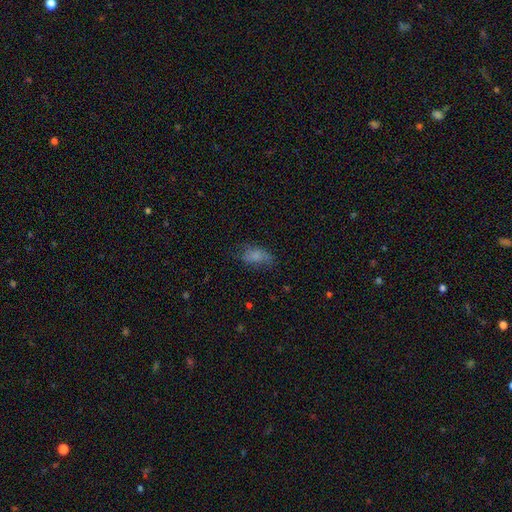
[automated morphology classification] Smooth or featured? Predicted: smooth (p=0.69). How rounded? Predicted: in between (p=0.88). Merging? Predicted: none (p=0.49).